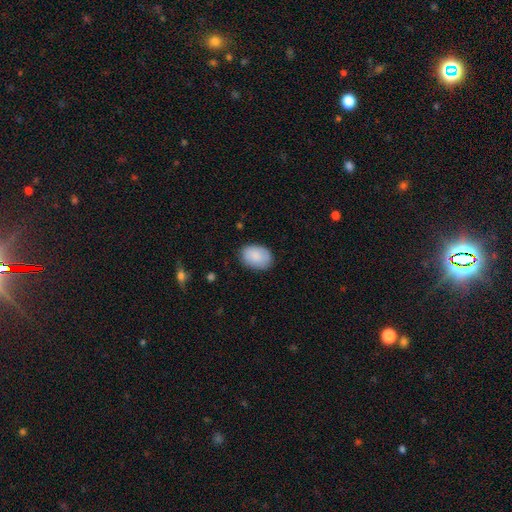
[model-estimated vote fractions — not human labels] This is clearly a smooth galaxy (87%). How rounded: likely in between (79%). Merging: clearly none (82%).